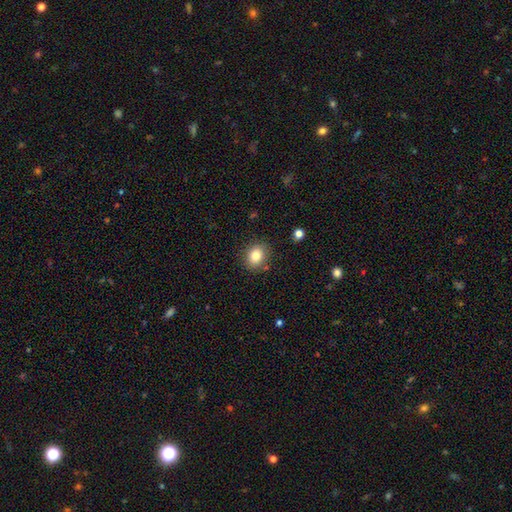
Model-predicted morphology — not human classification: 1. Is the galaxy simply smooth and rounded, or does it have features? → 82% smooth, 10% star or artifact, 8% featured or disk.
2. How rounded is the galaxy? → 58% round, 41% in between, 1% cigar-shaped.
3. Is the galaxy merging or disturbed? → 85% none, 10% minor disturbance, 3% major disturbance, 2% merger.